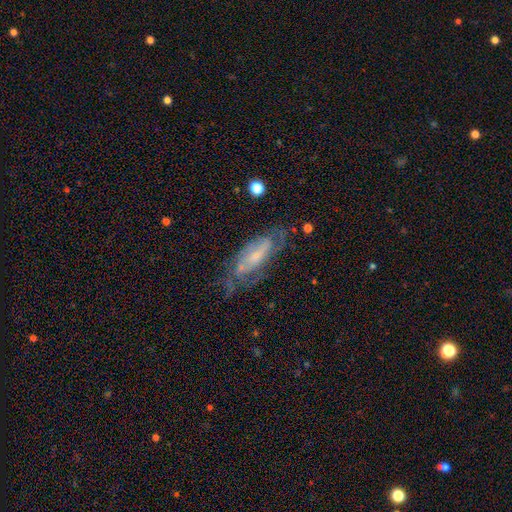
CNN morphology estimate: type=featured or disk (69%); edge-on=no (83%); bar=no (51%); spiral arms=yes (77%); bulge=small (52%); merging=none (56%).